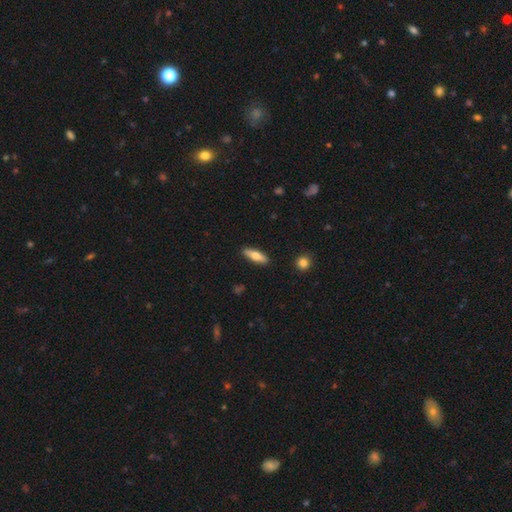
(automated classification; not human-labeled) Smooth or featured?
  - smooth: 64% *
  - featured or disk: 30%
  - star or artifact: 6%
How rounded?
  - cigar-shaped: 49% *
  - in between: 48%
  - round: 3%
Merging?
  - none: 89% *
  - minor disturbance: 8%
  - major disturbance: 2%
  - merger: 1%